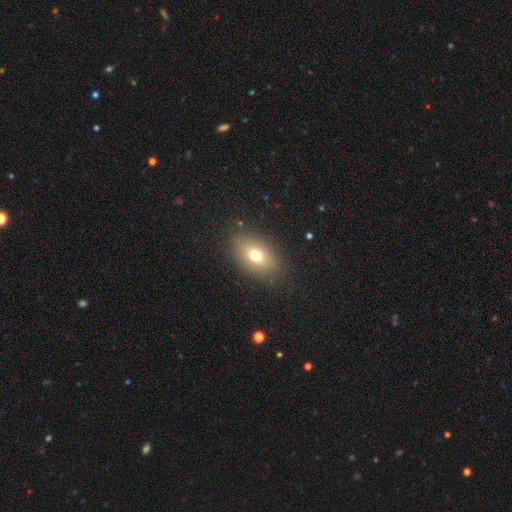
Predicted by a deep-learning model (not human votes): smooth 72%, featured or disk 16%, star or artifact 11%. Down the decision tree: how rounded — in between (82%); merging — none (85%).